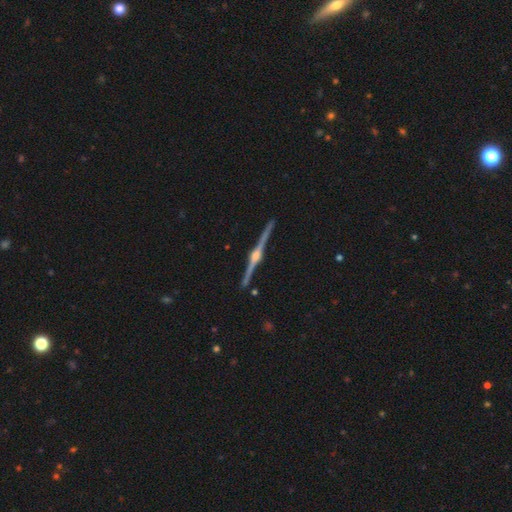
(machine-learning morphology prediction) Smooth or featured: featured or disk — 92% (star or artifact — 4%)
Edge-on disk: yes — 99% (no — 1%)
Edge-on bulge: rounded — 93% (boxy — 5%)
Merging: none — 93% (minor disturbance — 5%)